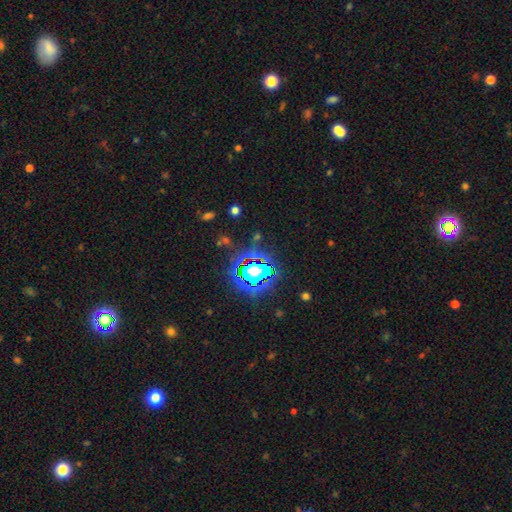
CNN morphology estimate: A star or artifact, not a galaxy (80%).